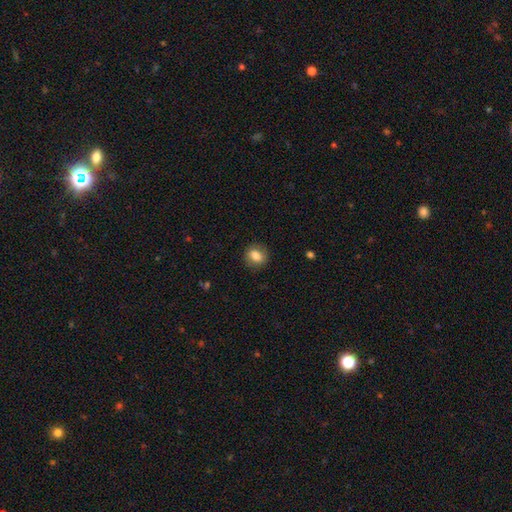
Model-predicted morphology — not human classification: A smooth galaxy with no disk features (79%) that is round (60%).

Vote fractions:
- Smooth or featured? smooth: 79% / featured or disk: 13% / star or artifact: 9%
- How rounded? round: 60% / in between: 38% / cigar-shaped: 1%
- Merging? none: 85% / minor disturbance: 10% / major disturbance: 3% / merger: 1%